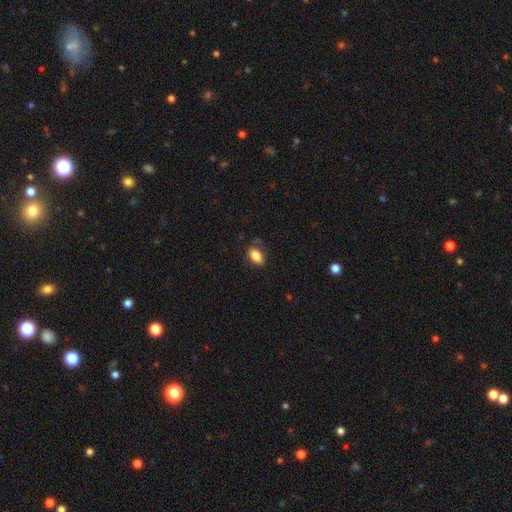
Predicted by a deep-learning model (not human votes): Smooth or featured: smooth — 83% (featured or disk — 9%)
How rounded: in between — 89% (round — 8%)
Merging: none — 73% (minor disturbance — 20%)